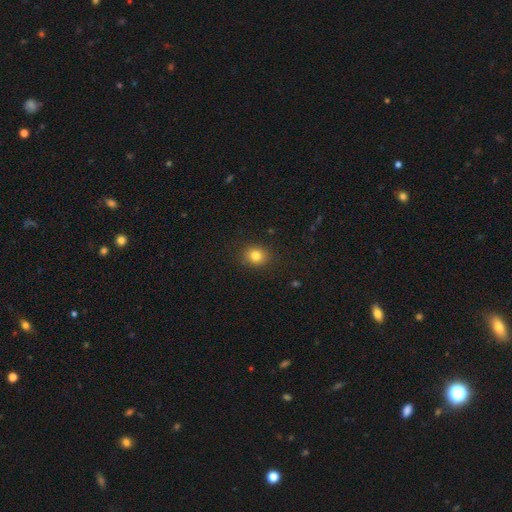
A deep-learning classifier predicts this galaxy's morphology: type=smooth (82%); roundness=round (73%); merging=none (88%).